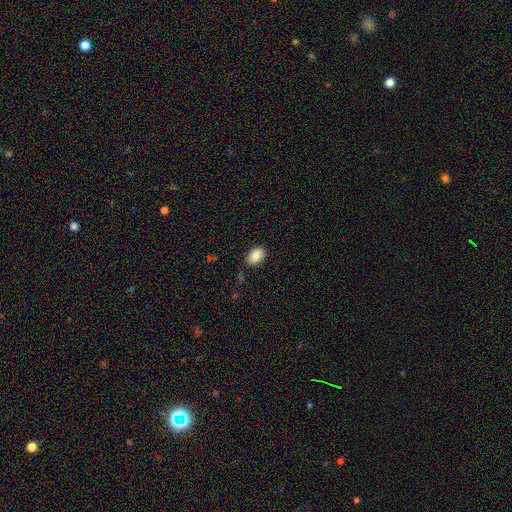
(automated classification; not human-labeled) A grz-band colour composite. It shows a smooth galaxy with no disk features (87%) that is in between round and cigar-shaped (78%). Merging: none (86%).